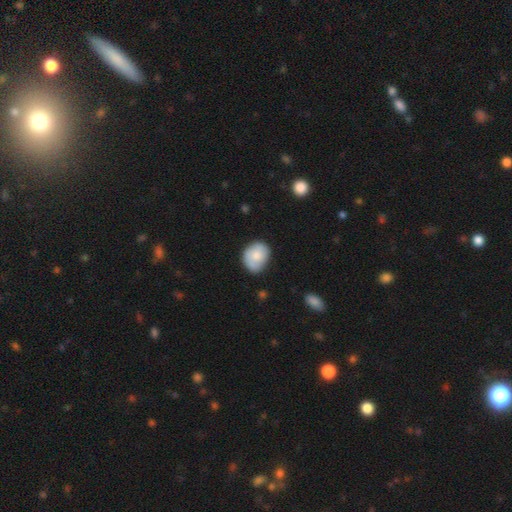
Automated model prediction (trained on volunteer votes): A smooth galaxy with no disk features (73%) that is round (50%).

Vote fractions:
- Smooth or featured? smooth: 73% / featured or disk: 20% / star or artifact: 6%
- How rounded? round: 50% / in between: 49% / cigar-shaped: 1%
- Merging? none: 69% / minor disturbance: 25% / major disturbance: 5% / merger: 2%